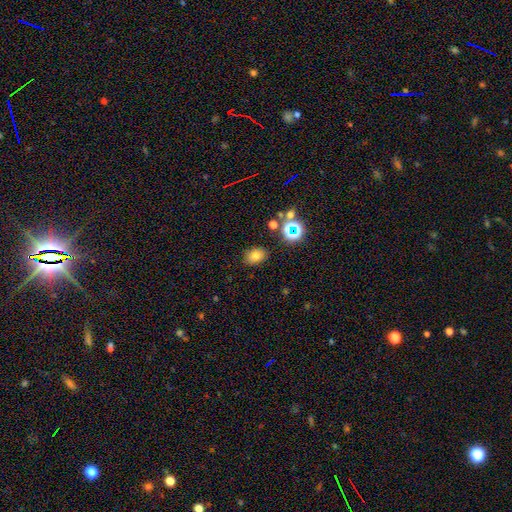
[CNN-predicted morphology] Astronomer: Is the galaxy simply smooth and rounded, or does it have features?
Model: smooth — 73%.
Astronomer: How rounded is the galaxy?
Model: in between — 67%.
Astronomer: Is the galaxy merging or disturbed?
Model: none — 84%.